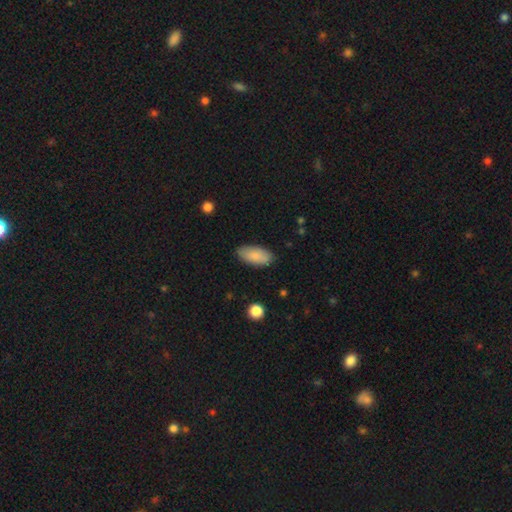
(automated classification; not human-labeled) A smooth galaxy with no disk features (86%) that is in between round and cigar-shaped (91%).

Vote fractions:
- Smooth or featured? smooth: 86% / featured or disk: 8% / star or artifact: 6%
- How rounded? in between: 91% / cigar-shaped: 7% / round: 2%
- Merging? none: 84% / minor disturbance: 12% / major disturbance: 2% / merger: 1%